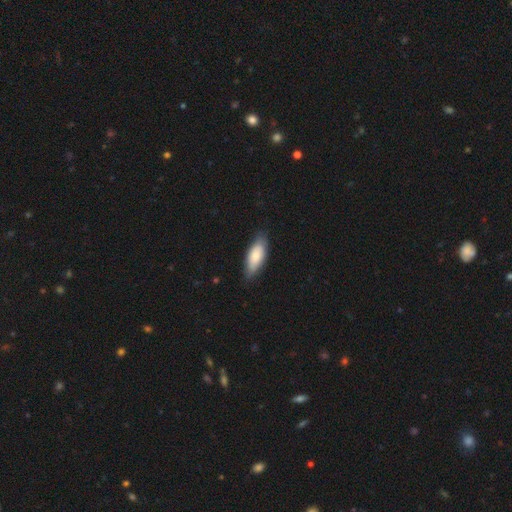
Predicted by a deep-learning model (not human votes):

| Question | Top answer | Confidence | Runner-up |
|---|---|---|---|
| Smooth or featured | smooth | 79% | featured or disk (16%) |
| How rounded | in between | 78% | cigar-shaped (20%) |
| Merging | none | 78% | minor disturbance (18%) |